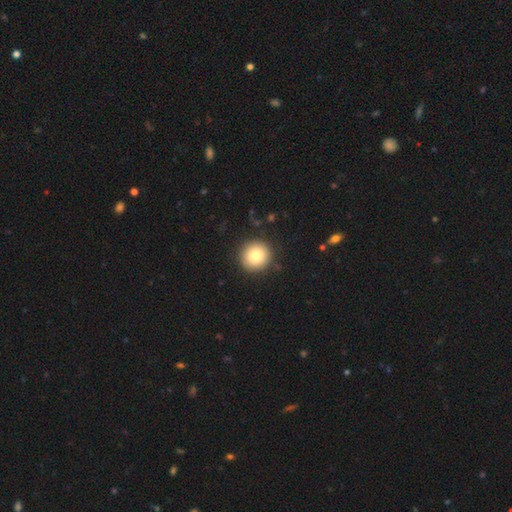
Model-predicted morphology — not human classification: This appears to be a smooth galaxy with no disk features (82%) that is round (94%). Merging: none (90%).